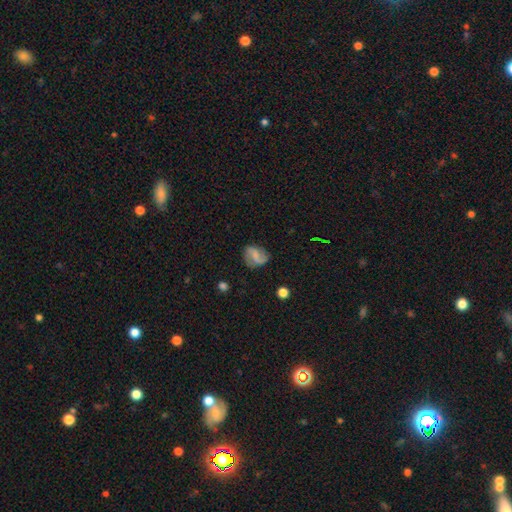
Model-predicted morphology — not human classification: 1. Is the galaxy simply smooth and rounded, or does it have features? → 66% featured or disk, 26% smooth, 8% star or artifact.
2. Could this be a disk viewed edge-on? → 97% no, 3% yes.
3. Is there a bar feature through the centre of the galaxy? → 48% weak, 30% no, 23% strong.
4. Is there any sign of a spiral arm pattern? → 91% yes, 9% no.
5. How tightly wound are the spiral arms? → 46% loose, 39% medium, 15% tight.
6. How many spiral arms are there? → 88% 2, 6% can't tell, 3% 1, 1% 3, 1% 4, 1% more than 4.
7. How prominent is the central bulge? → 42% small, 33% none, 22% moderate, 3% large, 1% dominant.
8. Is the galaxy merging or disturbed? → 74% none, 18% minor disturbance, 7% major disturbance, 2% merger.